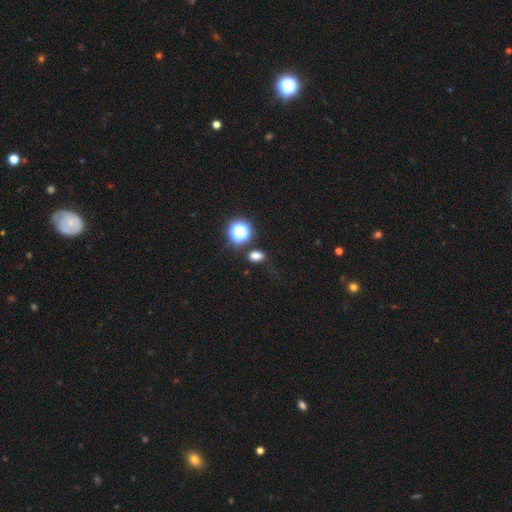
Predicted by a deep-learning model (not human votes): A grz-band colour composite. It shows a smooth galaxy with no disk features (74%) that is in between round and cigar-shaped (73%). Merging: none (75%).